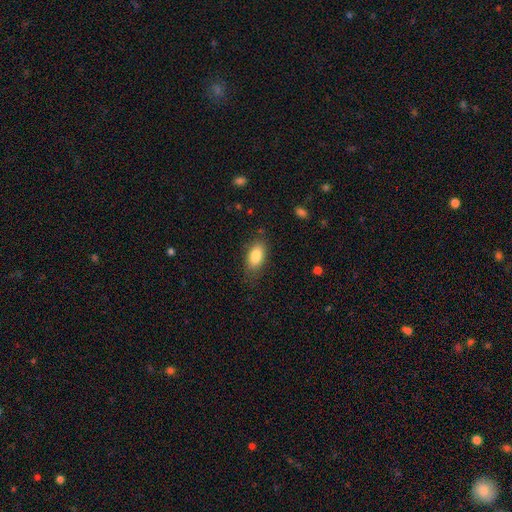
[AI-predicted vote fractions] smooth_or_featured: smooth (p=0.84) [alt: featured or disk p=0.09]
how_rounded: in between (p=0.90) [alt: cigar-shaped p=0.06]
merging: none (p=0.79) [alt: minor disturbance p=0.16]